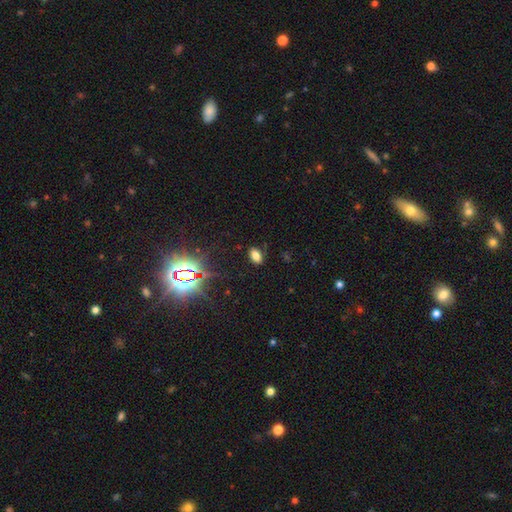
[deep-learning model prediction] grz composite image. It shows a smooth galaxy with no disk features (69%) that is in between round and cigar-shaped (89%). Merging: none (86%).